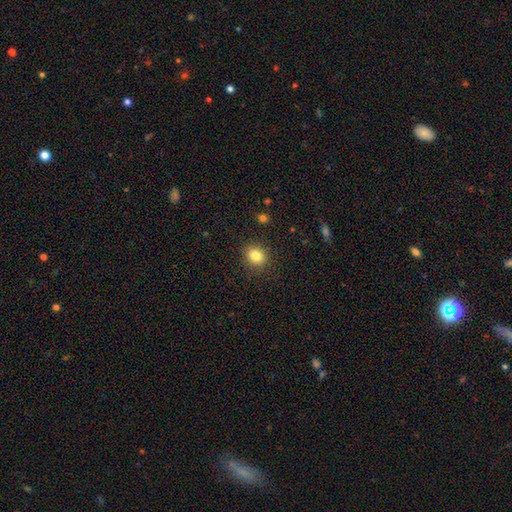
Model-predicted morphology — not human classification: smooth 83%, star or artifact 11%, featured or disk 7%. Down the decision tree: how rounded — round (66%); merging — none (88%).